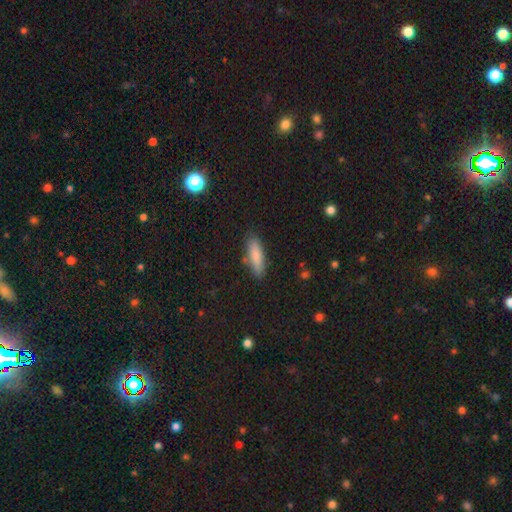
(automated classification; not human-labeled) Smooth or featured? smooth (82%)
How rounded? cigar-shaped (56%)
Merging? none (83%)